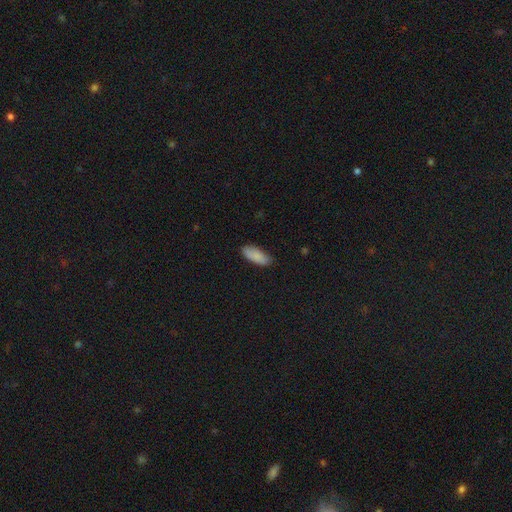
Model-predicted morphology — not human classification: smooth_or_featured: smooth (p=0.89) [alt: star or artifact p=0.06]
how_rounded: in between (p=0.80) [alt: cigar-shaped p=0.19]
merging: none (p=0.81) [alt: minor disturbance p=0.15]